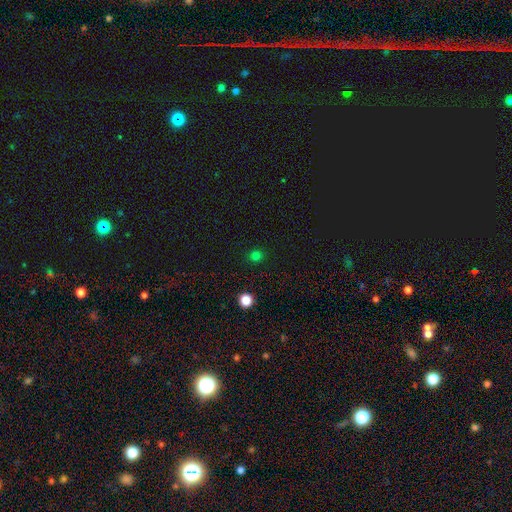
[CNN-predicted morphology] Smooth or featured?
  - smooth: 76% *
  - star or artifact: 21%
  - featured or disk: 3%
How rounded?
  - round: 92% *
  - in between: 7%
  - cigar-shaped: 1%
Merging?
  - none: 91% *
  - minor disturbance: 6%
  - major disturbance: 2%
  - merger: 1%